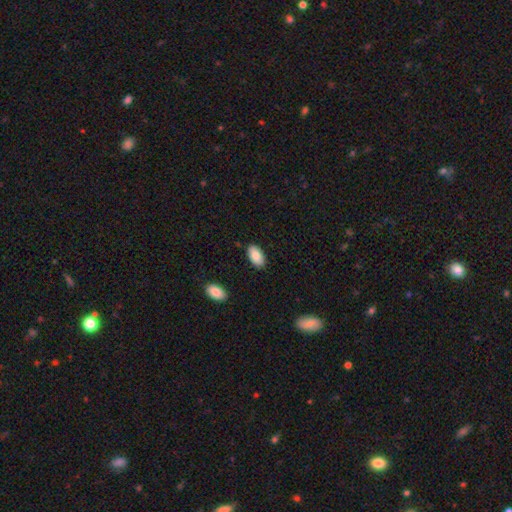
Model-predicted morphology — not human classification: A smooth galaxy with no disk features (87%) that is in between round and cigar-shaped (95%). Merging: none (87%).